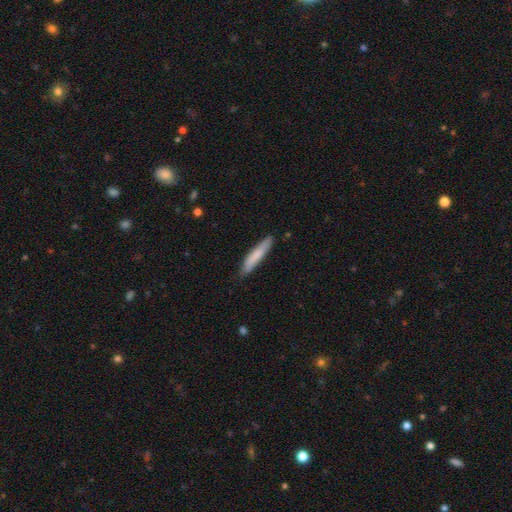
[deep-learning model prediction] smooth_or_featured: smooth (p=0.76) [alt: featured or disk p=0.19]
how_rounded: cigar-shaped (p=0.90) [alt: in between p=0.09]
merging: none (p=0.83) [alt: minor disturbance p=0.14]